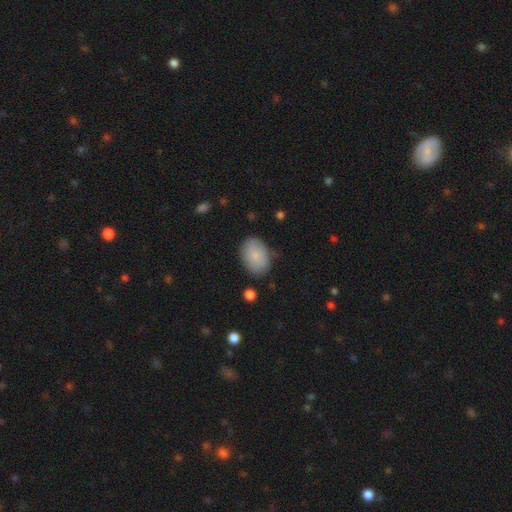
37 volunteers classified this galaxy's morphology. This appears to be a smooth galaxy with no disk features (78%) that is in between round and cigar-shaped (76%). Merging: none (71%).